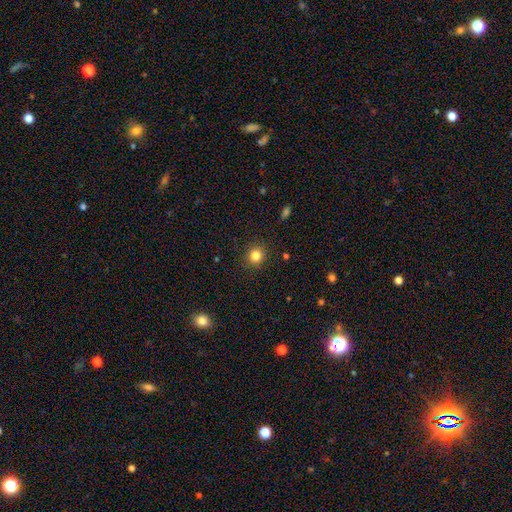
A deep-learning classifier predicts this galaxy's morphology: smooth-or-featured: smooth: 83% | star or artifact: 12% | featured or disk: 5%
  how-rounded: round: 87% | in between: 12% | cigar-shaped: 1%
  merging: none: 90% | minor disturbance: 7% | major disturbance: 2% | merger: 1%